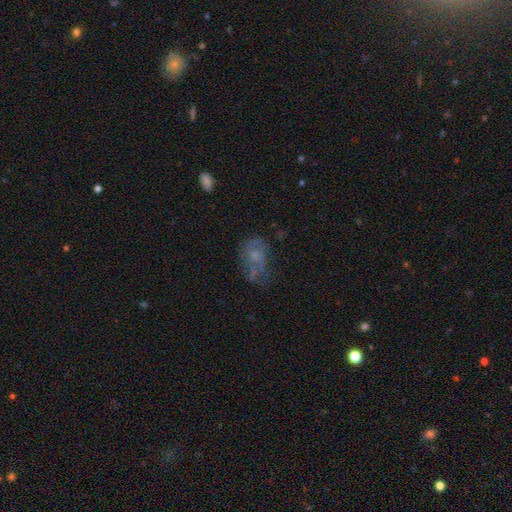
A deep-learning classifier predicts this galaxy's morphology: Smooth or featured?
  - featured or disk: 46% *
  - smooth: 39%
  - star or artifact: 14%
Merging?
  - none: 40% *
  - major disturbance: 29%
  - minor disturbance: 26%
  - merger: 5%